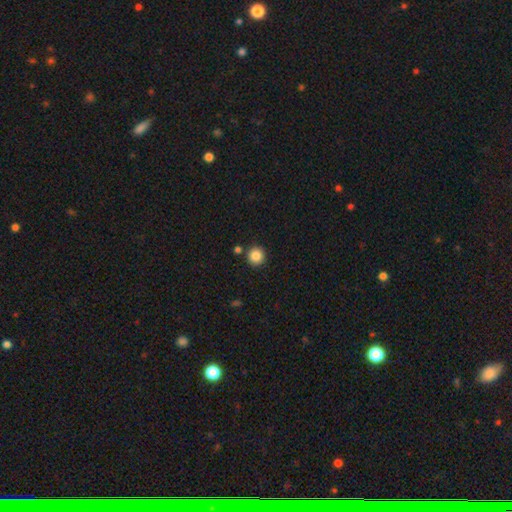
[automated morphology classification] A smooth galaxy with no disk features (86%) that is round (94%). Merging: none (87%).